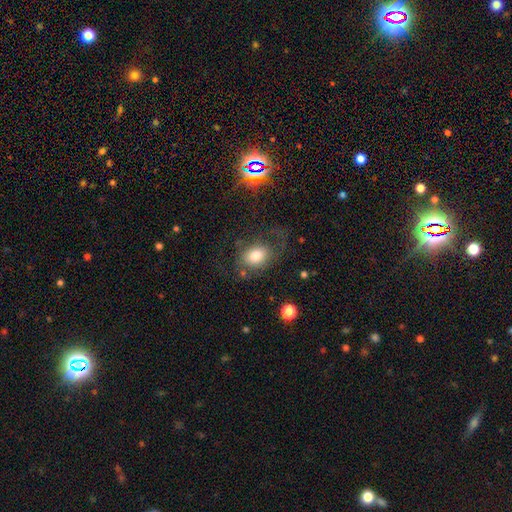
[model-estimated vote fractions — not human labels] Smooth or featured: smooth — 70% (featured or disk — 21%)
How rounded: in between — 73% (round — 26%)
Merging: none — 51% (major disturbance — 25%)